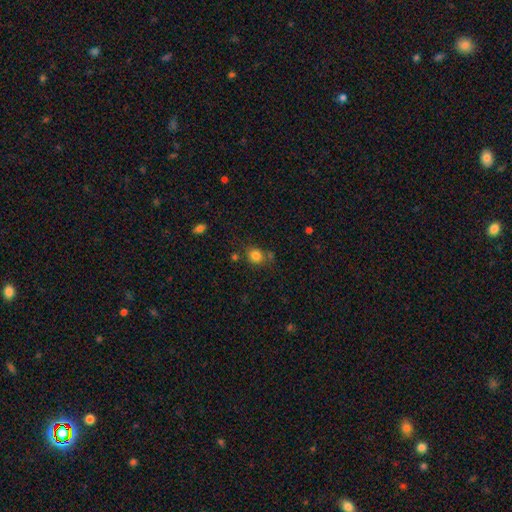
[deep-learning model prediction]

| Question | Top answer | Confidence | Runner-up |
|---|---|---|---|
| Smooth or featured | smooth | 82% | star or artifact (12%) |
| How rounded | round | 79% | in between (20%) |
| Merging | none | 70% | minor disturbance (14%) |